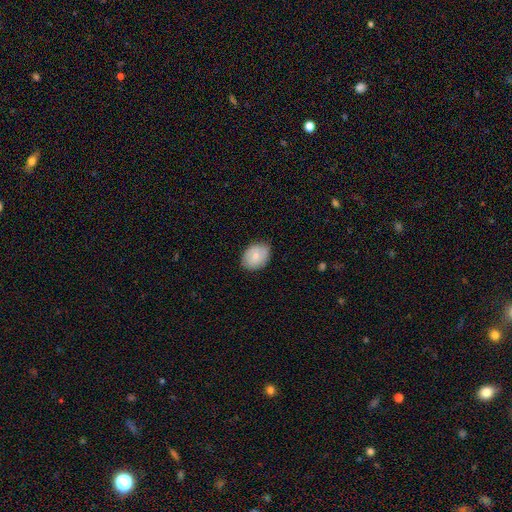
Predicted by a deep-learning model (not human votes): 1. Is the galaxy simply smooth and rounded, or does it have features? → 78% smooth, 15% featured or disk, 7% star or artifact.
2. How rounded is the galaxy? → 69% in between, 30% round, 1% cigar-shaped.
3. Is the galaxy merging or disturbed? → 81% none, 16% minor disturbance, 3% major disturbance, 1% merger.